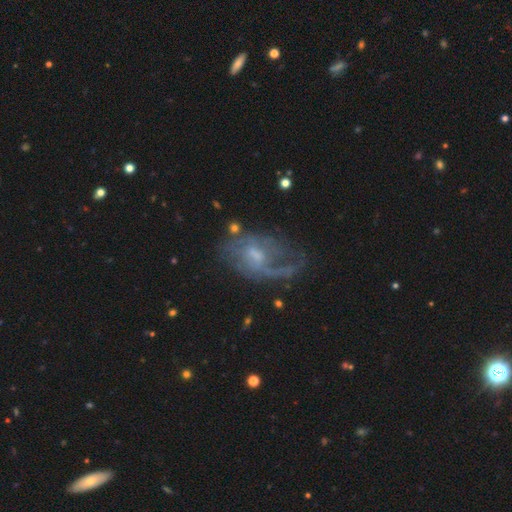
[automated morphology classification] Smooth or featured?
  - featured or disk: 70% *
  - smooth: 20%
  - star or artifact: 10%
Edge-on disk?
  - no: 96% *
  - yes: 4%
Bar?
  - no: 48% *
  - weak: 45%
  - strong: 7%
Spiral arms?
  - yes: 70% *
  - no: 30%
Bulge size?
  - small: 45% *
  - moderate: 36%
  - none: 14%
  - large: 3%
  - dominant: 1%
Merging?
  - none: 42% *
  - major disturbance: 32%
  - minor disturbance: 22%
  - merger: 4%